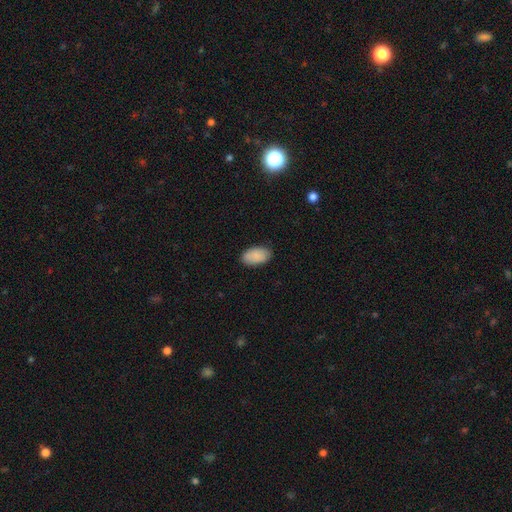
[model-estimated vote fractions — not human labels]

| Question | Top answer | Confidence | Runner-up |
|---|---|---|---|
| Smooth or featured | smooth | 89% | star or artifact (6%) |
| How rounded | in between | 95% | round (4%) |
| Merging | none | 84% | minor disturbance (13%) |